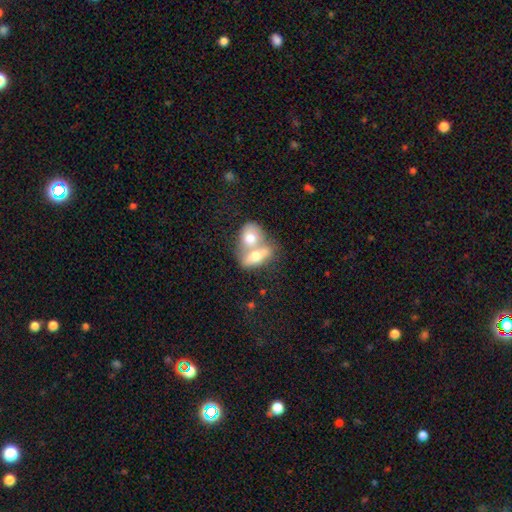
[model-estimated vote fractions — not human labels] smooth_or_featured: smooth (p=0.62) [alt: featured or disk p=0.31]
how_rounded: in between (p=0.77) [alt: round p=0.14]
merging: merger (p=0.76) [alt: none p=0.15]